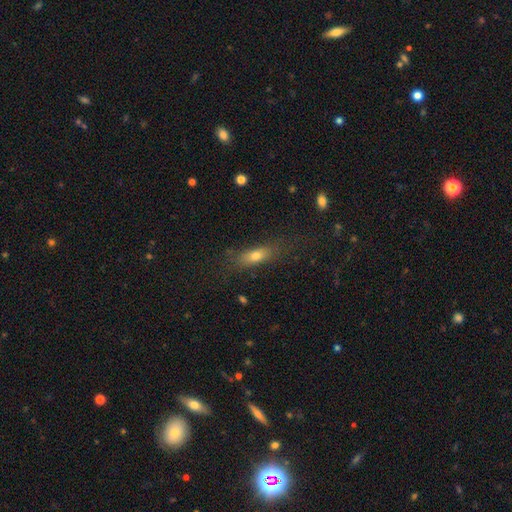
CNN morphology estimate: Smooth or featured?
  - smooth: 69% *
  - featured or disk: 20%
  - star or artifact: 11%
How rounded?
  - in between: 56% *
  - cigar-shaped: 39%
  - round: 5%
Merging?
  - none: 67% *
  - minor disturbance: 19%
  - major disturbance: 11%
  - merger: 2%